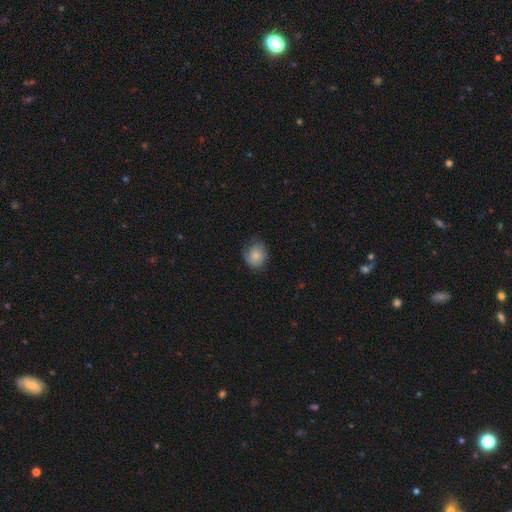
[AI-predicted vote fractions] smooth-or-featured: smooth: 75% | featured or disk: 18% | star or artifact: 8%
  how-rounded: round: 72% | in between: 27% | cigar-shaped: 1%
  merging: none: 67% | minor disturbance: 25% | major disturbance: 7% | merger: 1%